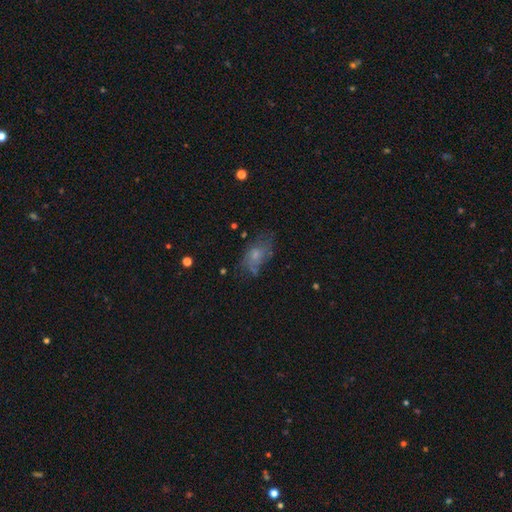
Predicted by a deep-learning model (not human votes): Smooth or featured? Predicted: smooth (p=0.50). How rounded? Predicted: in between (p=0.86). Merging? Predicted: none (p=0.52).